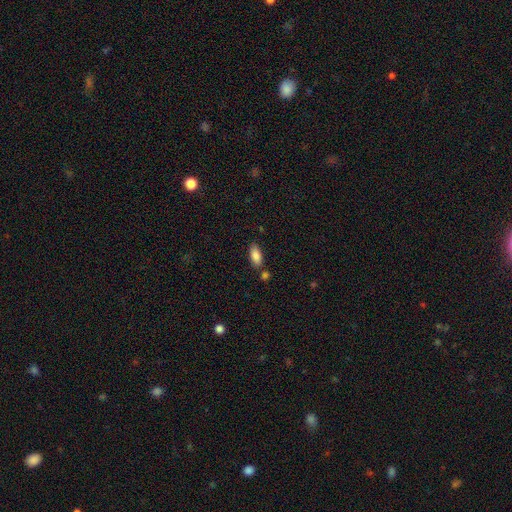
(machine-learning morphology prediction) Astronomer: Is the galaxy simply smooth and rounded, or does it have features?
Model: smooth — 86%.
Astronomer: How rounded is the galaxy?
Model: in between — 87%.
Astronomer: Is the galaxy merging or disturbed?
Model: none — 74%.